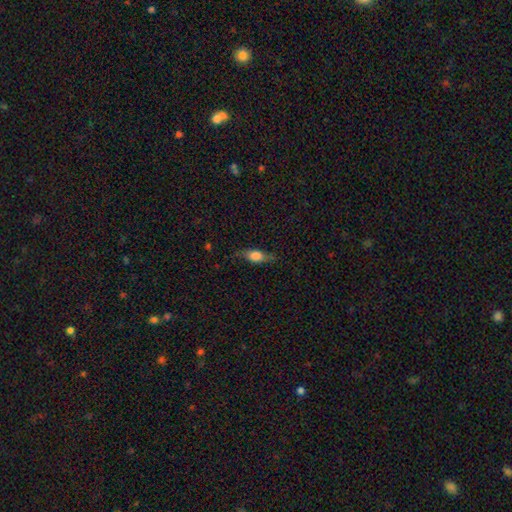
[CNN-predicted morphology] A smooth galaxy with no disk features (64%) that is in between round and cigar-shaped (70%). Merging: none (72%).